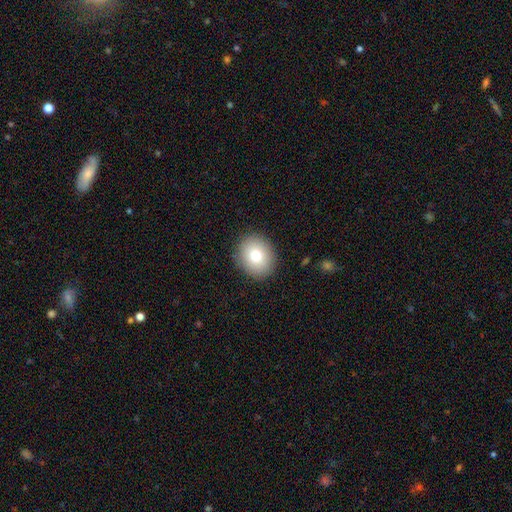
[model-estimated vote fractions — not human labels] smooth_or_featured: smooth (p=0.79) [alt: featured or disk p=0.11]
how_rounded: round (p=0.64) [alt: in between p=0.35]
merging: none (p=0.89) [alt: minor disturbance p=0.07]